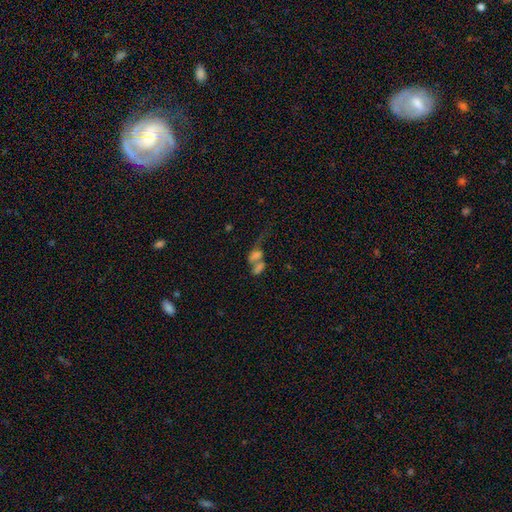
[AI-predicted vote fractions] Overall: smooth (52%; featured or disk 31%). How rounded: in between (74%). Merging: merger (62%).